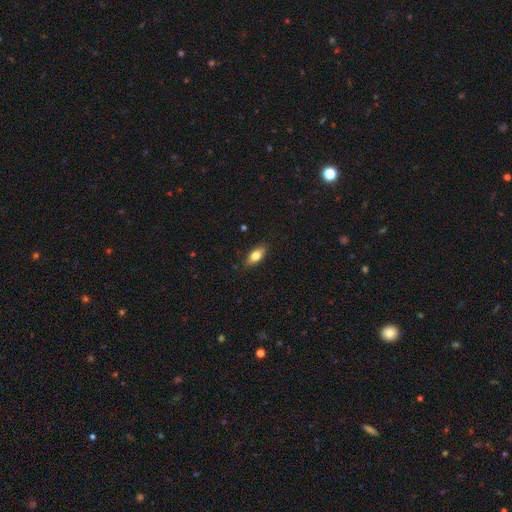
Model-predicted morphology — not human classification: A smooth galaxy with no disk features (75%) that is in between round and cigar-shaped (83%).

Vote fractions:
- Smooth or featured? smooth: 75% / featured or disk: 18% / star or artifact: 7%
- How rounded? in between: 83% / cigar-shaped: 13% / round: 4%
- Merging? none: 85% / minor disturbance: 12% / major disturbance: 2% / merger: 1%